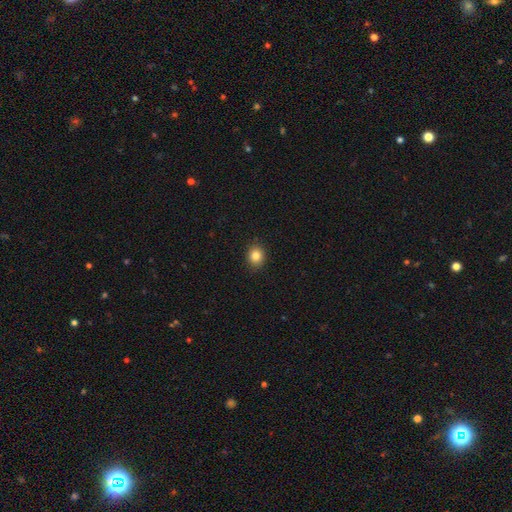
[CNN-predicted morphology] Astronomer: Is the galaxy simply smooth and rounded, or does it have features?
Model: smooth — 84%.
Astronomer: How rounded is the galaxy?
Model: round — 67%.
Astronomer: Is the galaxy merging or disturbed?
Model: none — 90%.